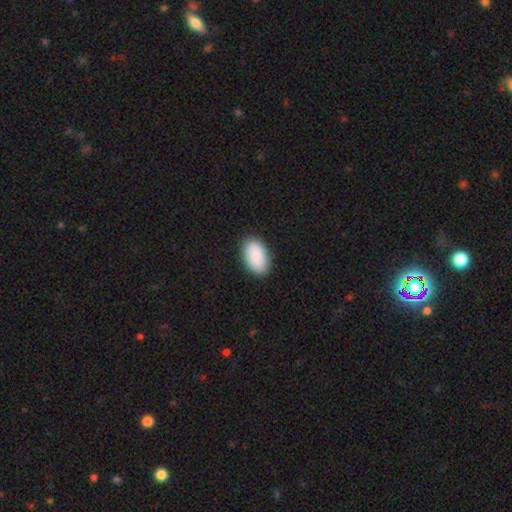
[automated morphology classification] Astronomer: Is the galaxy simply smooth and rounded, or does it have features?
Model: smooth — 87%.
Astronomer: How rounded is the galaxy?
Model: in between — 92%.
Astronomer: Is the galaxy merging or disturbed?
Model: none — 86%.